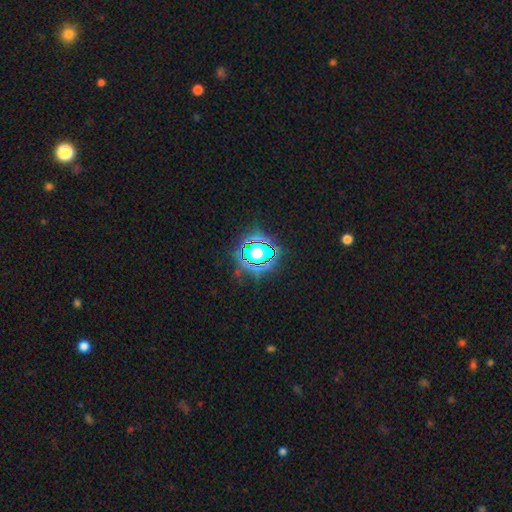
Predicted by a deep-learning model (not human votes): smooth-or-featured: star or artifact: 61% | smooth: 26% | featured or disk: 13%